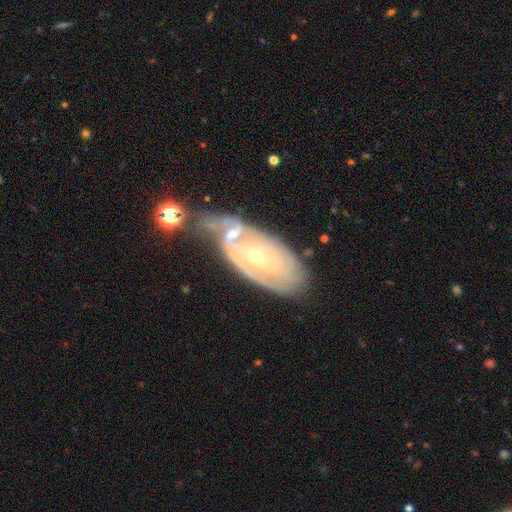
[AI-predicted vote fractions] A featured or disk galaxy (84%) with no bar (60%), tight (70%) spiral arms (93%) and a small central bulge (69%).

Vote fractions:
- Smooth or featured? featured or disk: 84% / smooth: 10% / star or artifact: 6%
- Edge-on disk? no: 93% / yes: 7%
- Bar? no: 60% / weak: 30% / strong: 11%
- Spiral arms? yes: 93% / no: 7%
- Spiral winding? tight: 70% / medium: 24% / loose: 6%
- Spiral arm count? can't tell: 36% / 2: 35% / 3: 15% / 4: 5% / 1: 5% / more than 4: 4%
- Bulge size? small: 69% / moderate: 28% / large: 1% / none: 1% / dominant: 1%
- Merging? none: 40% / minor disturbance: 24% / merger: 22% / major disturbance: 13%